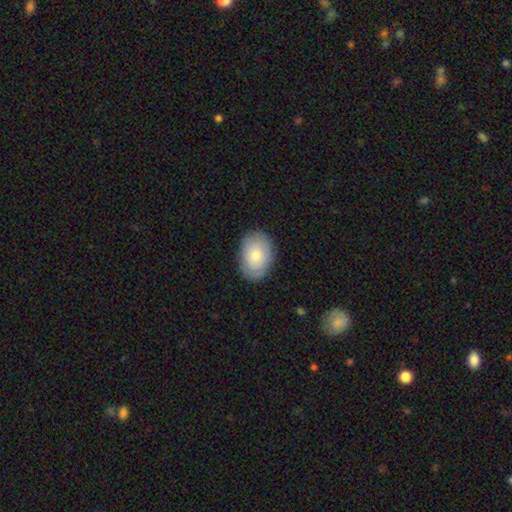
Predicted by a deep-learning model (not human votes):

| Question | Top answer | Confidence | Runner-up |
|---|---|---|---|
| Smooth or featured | smooth | 77% | featured or disk (17%) |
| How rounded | in between | 82% | round (17%) |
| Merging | none | 85% | minor disturbance (11%) |